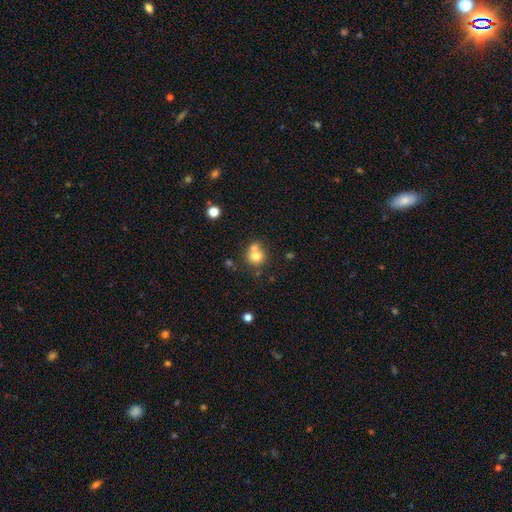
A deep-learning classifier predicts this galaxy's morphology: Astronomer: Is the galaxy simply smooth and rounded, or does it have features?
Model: smooth — 74%.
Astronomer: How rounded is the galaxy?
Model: round — 83%.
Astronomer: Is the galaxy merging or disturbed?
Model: merger — 45% (runner-up: none, 43%).